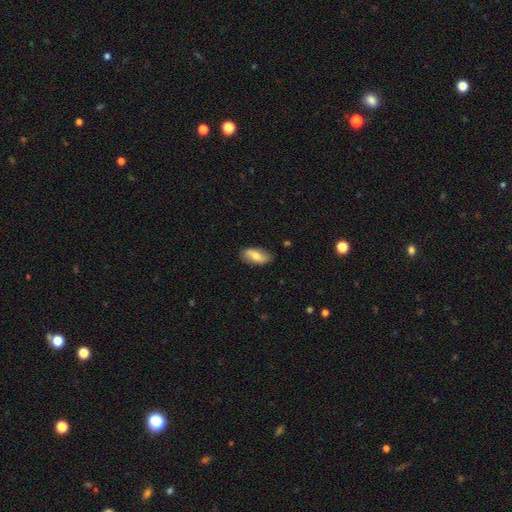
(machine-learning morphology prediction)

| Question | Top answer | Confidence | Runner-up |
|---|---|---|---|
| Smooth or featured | smooth | 61% | featured or disk (32%) |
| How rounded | in between | 88% | cigar-shaped (8%) |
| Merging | none | 84% | minor disturbance (12%) |